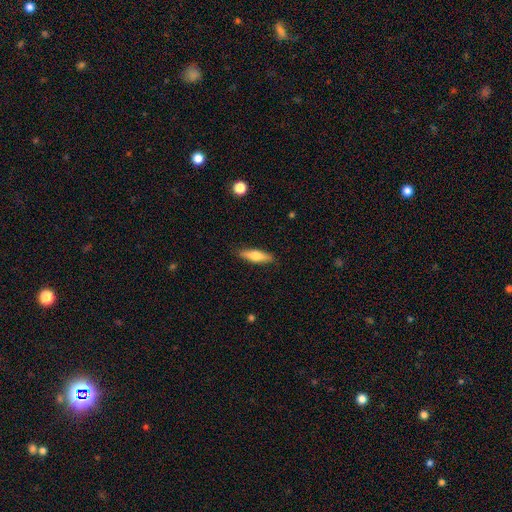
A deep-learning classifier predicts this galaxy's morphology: type=smooth (58%); roundness=cigar-shaped (63%); merging=none (88%).